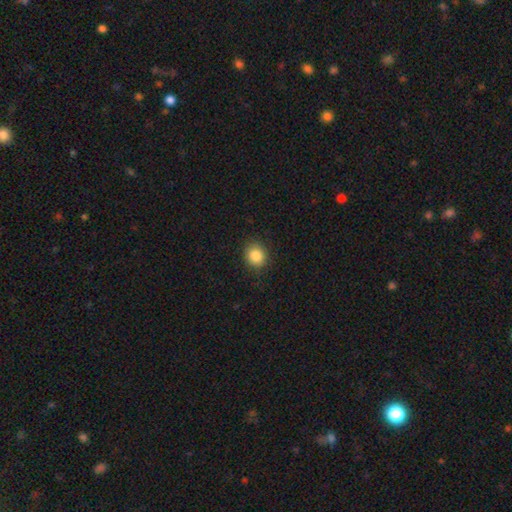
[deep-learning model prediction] Q: Smooth or featured?
A: smooth (85%); runner-up: star or artifact (10%)
Q: How rounded?
A: round (76%); runner-up: in between (23%)
Q: Merging?
A: none (88%); runner-up: minor disturbance (9%)